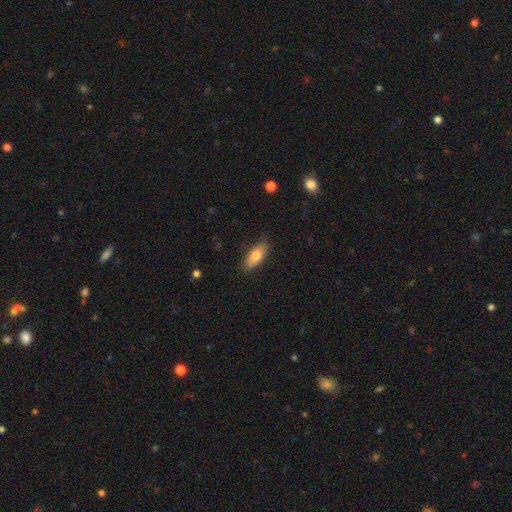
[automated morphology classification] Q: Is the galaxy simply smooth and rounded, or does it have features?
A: smooth — 79%.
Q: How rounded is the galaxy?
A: in between — 77%.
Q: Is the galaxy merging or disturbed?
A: none — 82%.